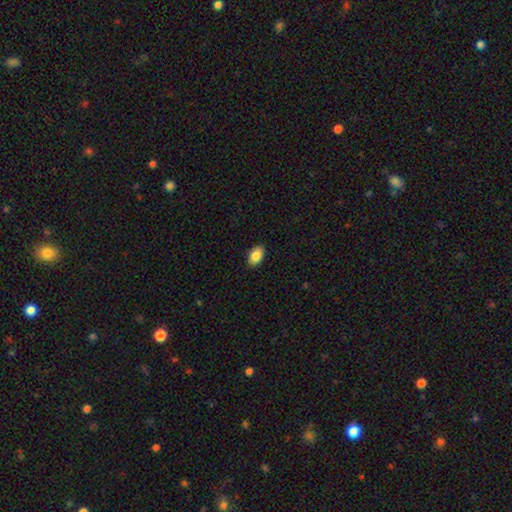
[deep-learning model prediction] Q: Smooth or featured?
A: smooth (88%); runner-up: star or artifact (7%)
Q: How rounded?
A: in between (91%); runner-up: round (7%)
Q: Merging?
A: none (90%); runner-up: minor disturbance (7%)